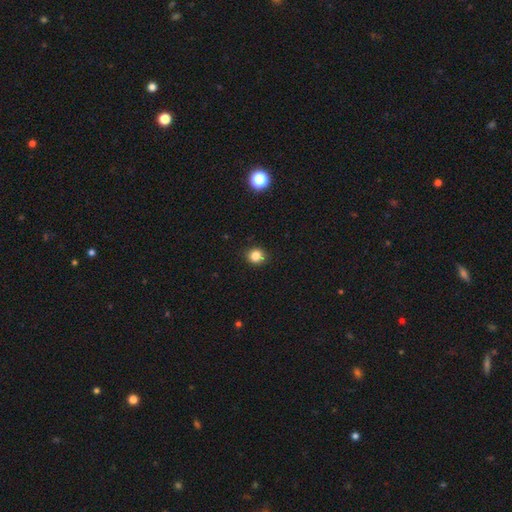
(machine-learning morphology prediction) A smooth galaxy with no disk features (82%) that is round (82%). Merging: none (89%).